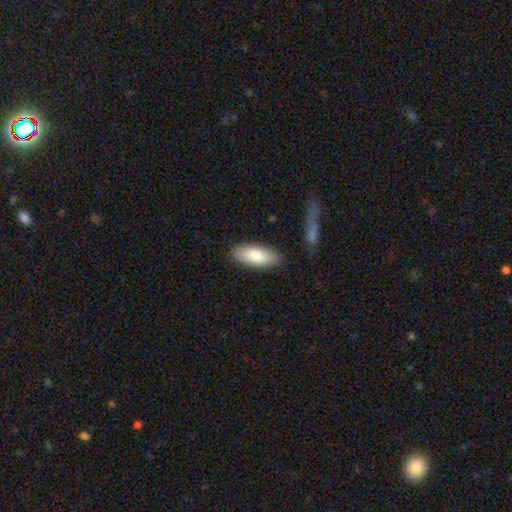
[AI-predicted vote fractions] smooth_or_featured: smooth (p=0.83) [alt: featured or disk p=0.12]
how_rounded: in between (p=0.78) [alt: cigar-shaped p=0.20]
merging: none (p=0.85) [alt: minor disturbance p=0.11]